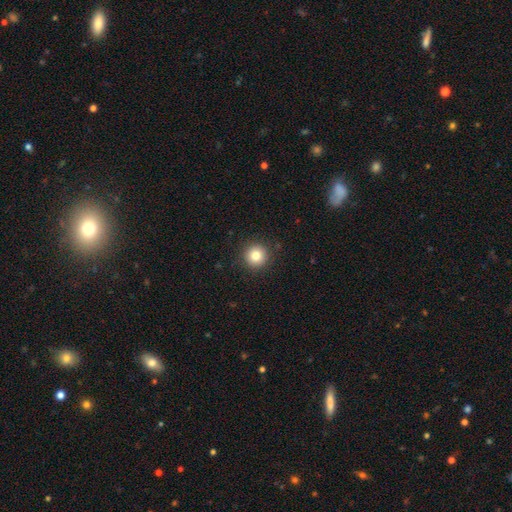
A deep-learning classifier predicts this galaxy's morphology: type=smooth (82%); roundness=round (95%); merging=none (91%).